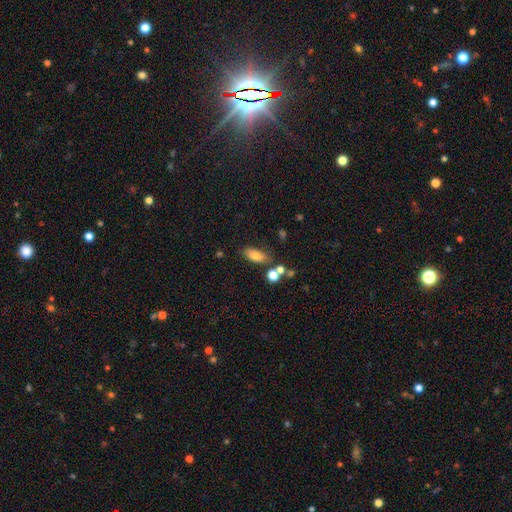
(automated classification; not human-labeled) Morphology: type=smooth (74%); roundness=in between (81%); merging=none (68%).